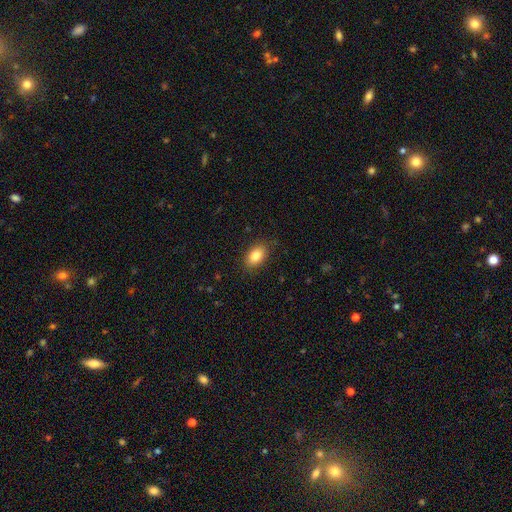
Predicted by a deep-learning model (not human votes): Smooth or featured: smooth — 84% (star or artifact — 8%)
How rounded: in between — 87% (round — 12%)
Merging: none — 84% (minor disturbance — 13%)